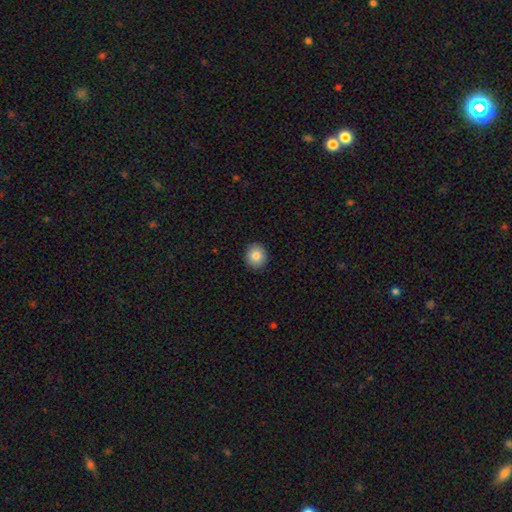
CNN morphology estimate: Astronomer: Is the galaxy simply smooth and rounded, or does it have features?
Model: smooth — 85%.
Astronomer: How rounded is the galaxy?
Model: round — 87%.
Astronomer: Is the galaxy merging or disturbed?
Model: none — 92%.